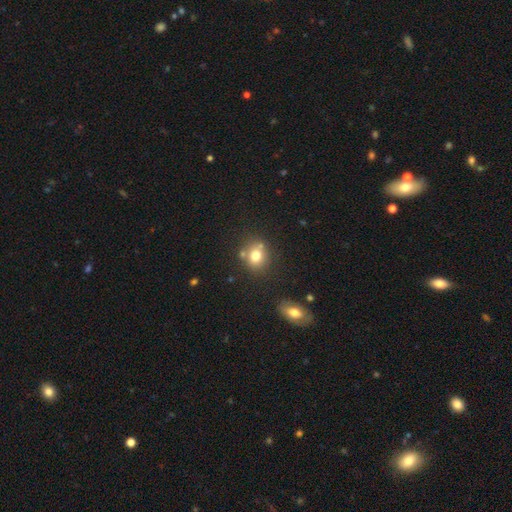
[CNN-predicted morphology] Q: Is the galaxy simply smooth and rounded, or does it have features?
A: smooth — 75%.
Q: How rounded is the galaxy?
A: round — 72%.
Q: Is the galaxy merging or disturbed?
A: none — 67%.